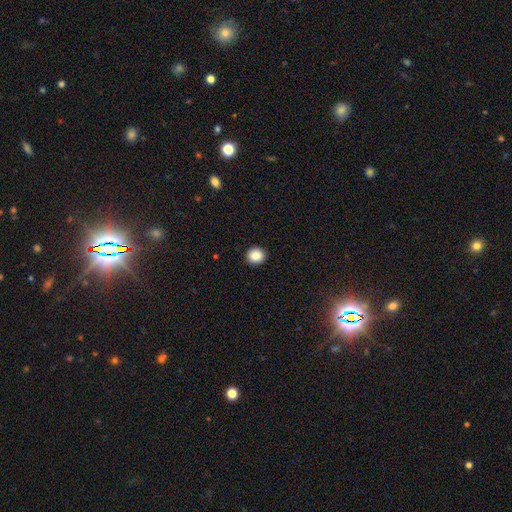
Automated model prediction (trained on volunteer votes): A smooth galaxy with no disk features (88%) that is round (90%). Merging: none (93%).